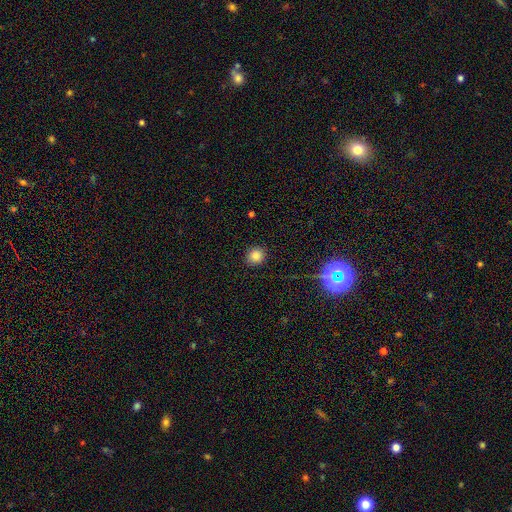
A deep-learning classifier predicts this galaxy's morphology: Overall: smooth (82%). How rounded: round (86%). Merging: none (90%).